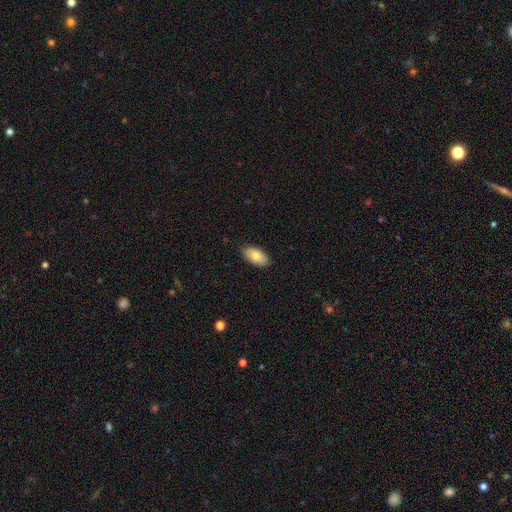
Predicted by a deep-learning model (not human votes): A smooth galaxy with no disk features (80%) that is in between round and cigar-shaped (93%).

Vote fractions:
- Smooth or featured? smooth: 80% / featured or disk: 13% / star or artifact: 6%
- How rounded? in between: 93% / cigar-shaped: 4% / round: 3%
- Merging? none: 87% / minor disturbance: 10% / major disturbance: 2% / merger: 1%